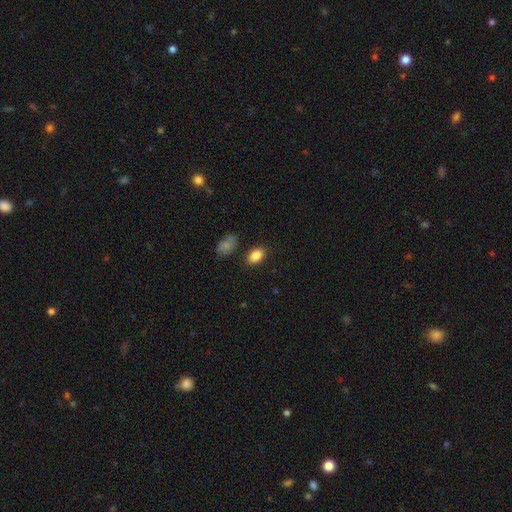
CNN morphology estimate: Smooth or featured: smooth — 86% (star or artifact — 8%)
How rounded: in between — 88% (round — 11%)
Merging: none — 83% (minor disturbance — 11%)